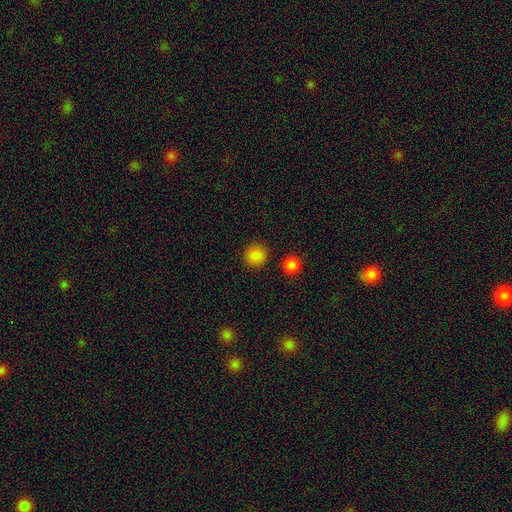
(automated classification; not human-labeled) A smooth galaxy with no disk features (86%) that is round (92%). Merging: none (89%).